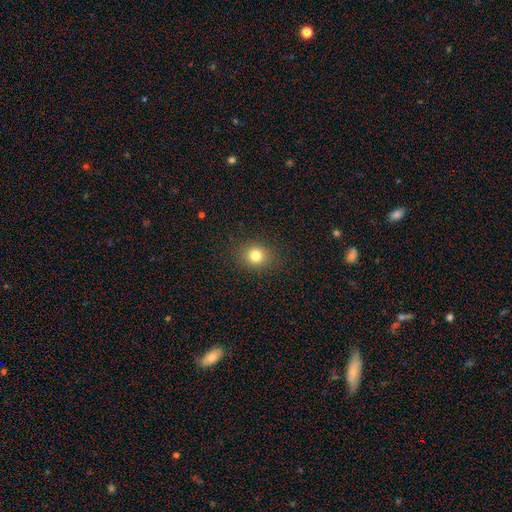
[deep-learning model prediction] Overall: smooth (78%). How rounded: round (74%). Merging: none (89%).